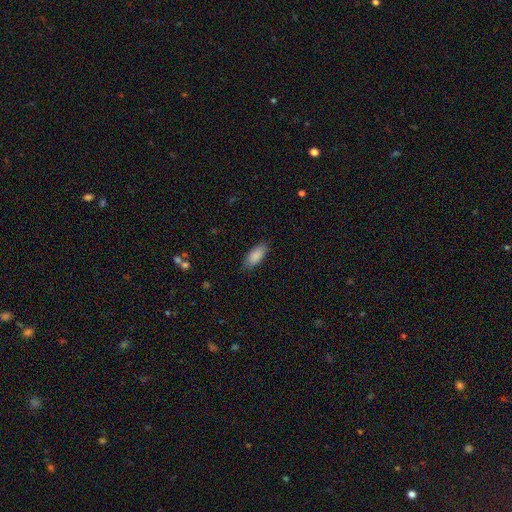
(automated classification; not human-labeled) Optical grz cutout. It shows a smooth galaxy with no disk features (88%) that is in between round and cigar-shaped (83%). Merging: none (84%).